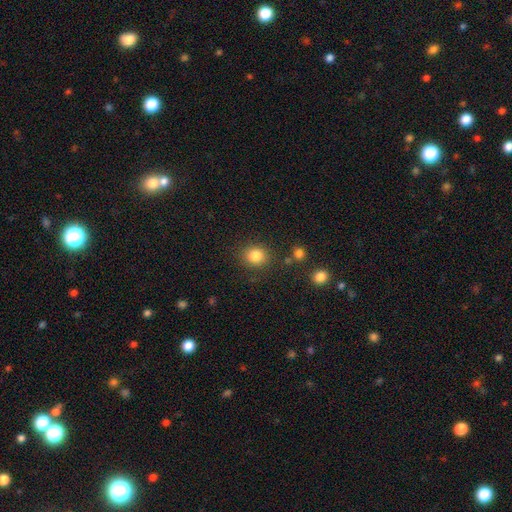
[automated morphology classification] Smooth or featured?
  - smooth: 84% *
  - star or artifact: 11%
  - featured or disk: 5%
How rounded?
  - round: 76% *
  - in between: 23%
  - cigar-shaped: 1%
Merging?
  - none: 84% *
  - minor disturbance: 9%
  - major disturbance: 3%
  - merger: 3%